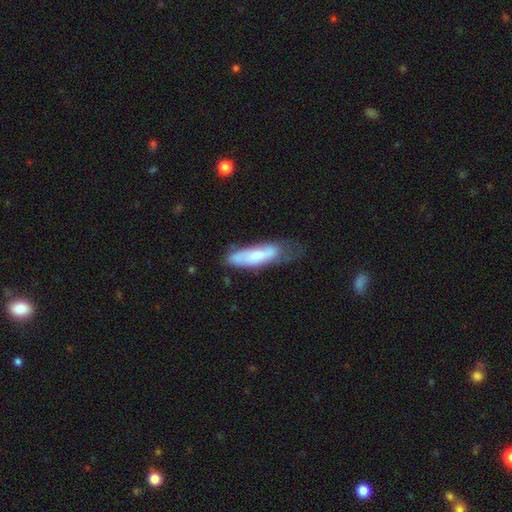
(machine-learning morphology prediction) A smooth galaxy with no disk features (59%) that is cigar-shaped (57%).

Vote fractions:
- Smooth or featured? smooth: 59% / featured or disk: 35% / star or artifact: 6%
- How rounded? cigar-shaped: 57% / in between: 41% / round: 2%
- Merging? none: 41% / minor disturbance: 36% / major disturbance: 20% / merger: 4%